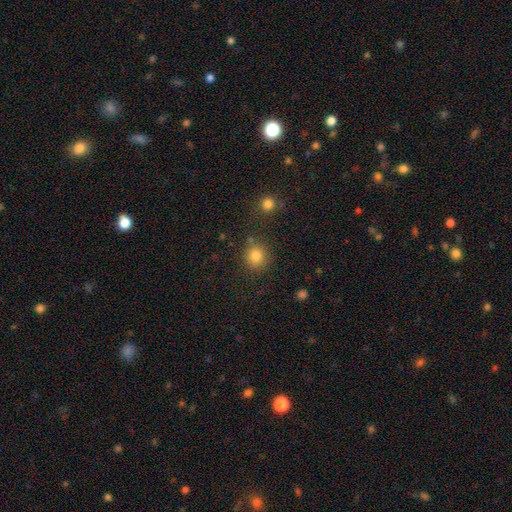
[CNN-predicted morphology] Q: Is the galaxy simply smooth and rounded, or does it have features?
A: smooth — 83%.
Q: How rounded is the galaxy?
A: round — 83%.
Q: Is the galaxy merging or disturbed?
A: none — 79%.